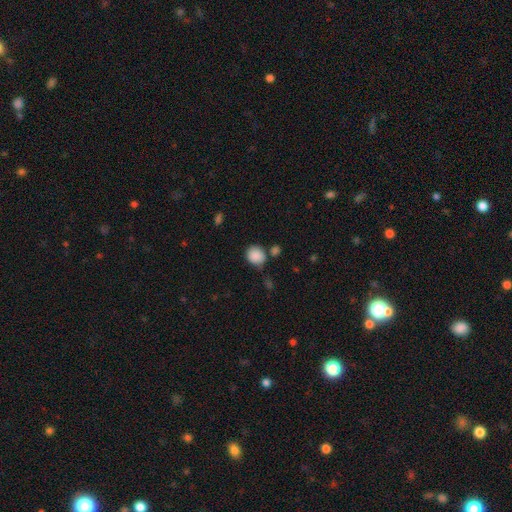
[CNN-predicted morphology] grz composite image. It shows a smooth galaxy with no disk features (87%) that is round (73%). Merging: none (67%).